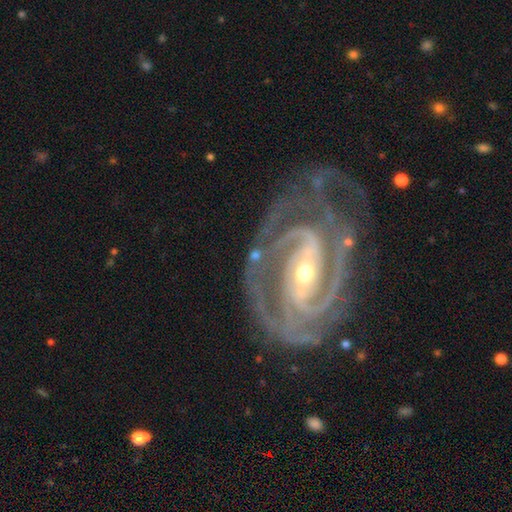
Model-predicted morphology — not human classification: Overall: featured or disk (88%). Edge-on disk: no (97%). Bar: strong (43%; weak 29%). Spiral arms: yes (97%). Spiral arm count: 2 (49%; 3 20%). Spiral winding: tight (48%; medium 41%). Bulge size: moderate (58%; small 34%). Merging: none (65%).